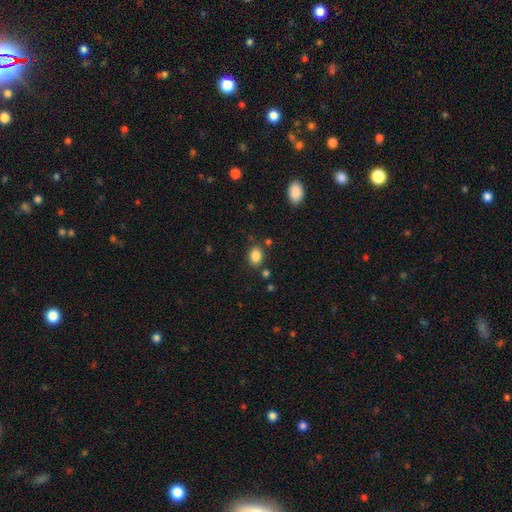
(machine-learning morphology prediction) type=smooth (85%); roundness=in between (66%); merging=none (80%).